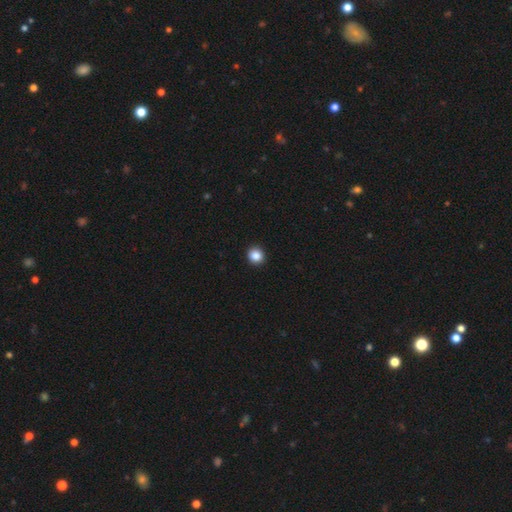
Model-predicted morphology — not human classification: smooth-or-featured: smooth: 86% | star or artifact: 10% | featured or disk: 3%
  how-rounded: round: 90% | in between: 9% | cigar-shaped: 1%
  merging: none: 93% | minor disturbance: 5% | major disturbance: 1% | merger: 1%